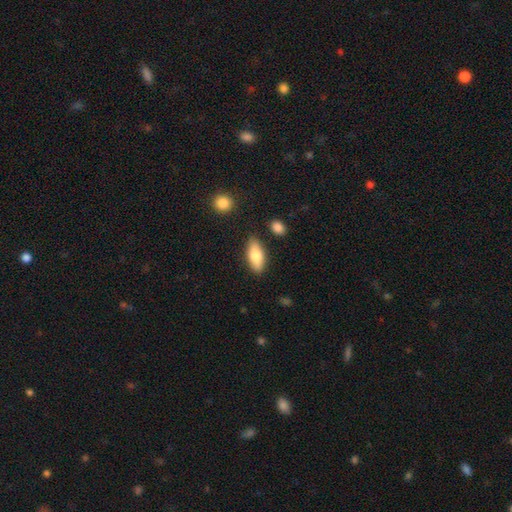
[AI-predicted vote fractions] Smooth or featured? smooth (79%)
How rounded? in between (81%)
Merging? none (83%)